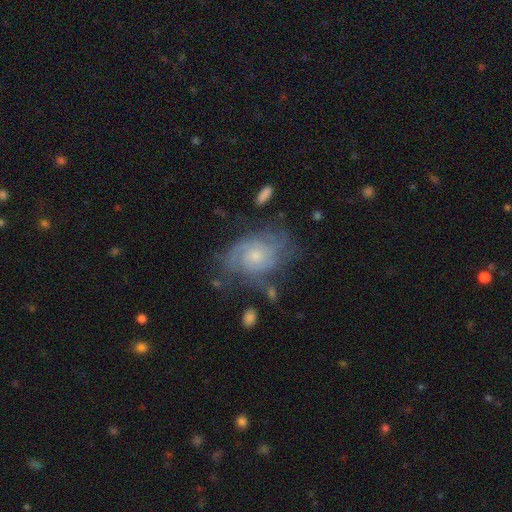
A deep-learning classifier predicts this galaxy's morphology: type=featured or disk (81%); edge-on=no (97%); bar=no (73%); spiral arms=yes (92%); winding=tight (59%); arm count=can't tell (37%); bulge=small (55%); merging=none (60%).